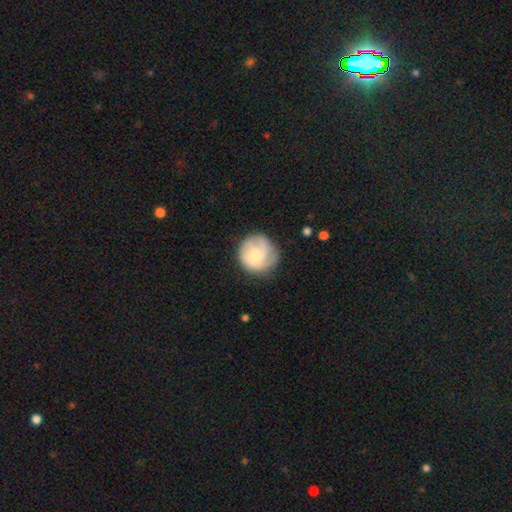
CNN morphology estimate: This is likely a smooth galaxy (62%). How rounded: clearly round (92%). Merging: likely none (69%).